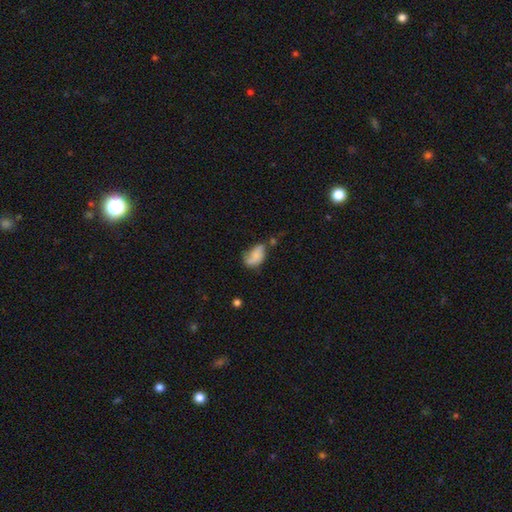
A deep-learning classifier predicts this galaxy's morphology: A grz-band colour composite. It shows a smooth galaxy with no disk features (63%) that is in between round and cigar-shaped (88%). Merging: none (33%).